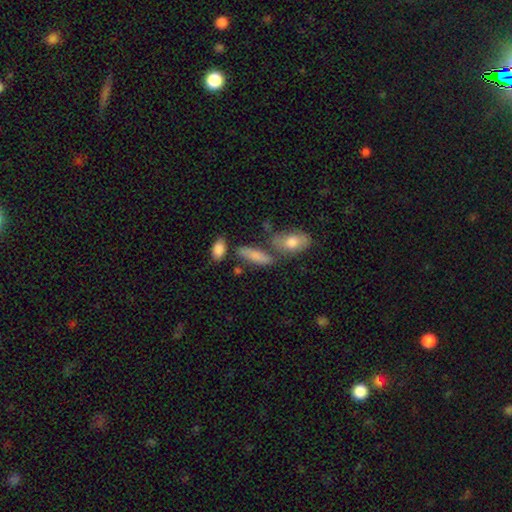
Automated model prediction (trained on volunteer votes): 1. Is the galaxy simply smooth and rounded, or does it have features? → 78% smooth, 15% featured or disk, 8% star or artifact.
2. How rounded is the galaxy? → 51% in between, 45% cigar-shaped, 4% round.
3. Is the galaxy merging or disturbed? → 57% none, 19% merger, 17% minor disturbance, 7% major disturbance.